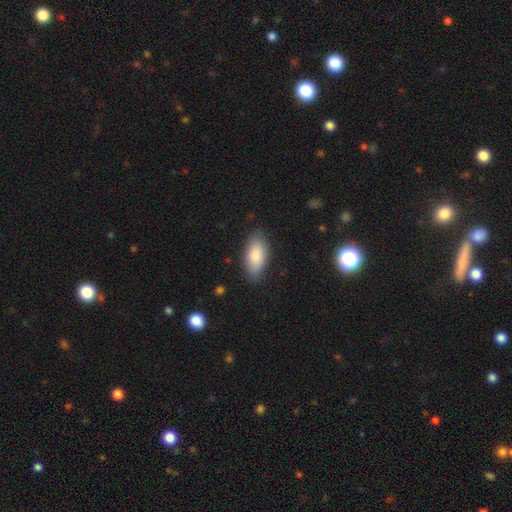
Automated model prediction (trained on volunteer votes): The model was most divided on "merging": none: 82%, minor disturbance: 14%, major disturbance: 3%, merger: 1%. More confident: how rounded — in between (89%); smooth or featured — smooth (83%).